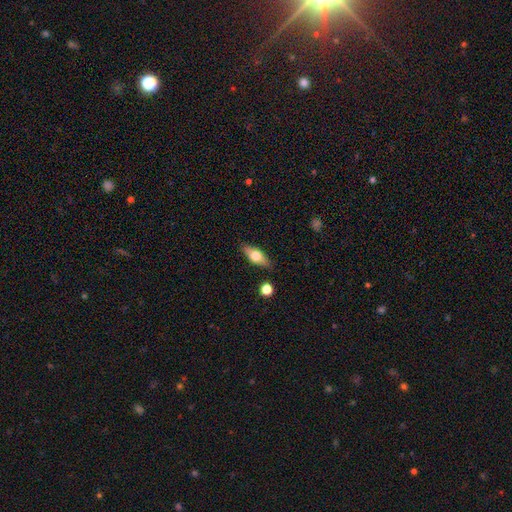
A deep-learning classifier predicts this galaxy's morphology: This is possibly a smooth galaxy (55%). How rounded: likely in between (68%). Merging: clearly none (84%).